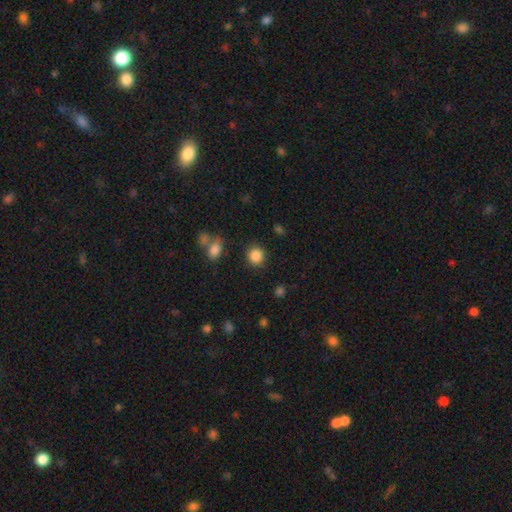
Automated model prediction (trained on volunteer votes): Smooth or featured: smooth — 87% (star or artifact — 10%)
How rounded: round — 86% (in between — 13%)
Merging: none — 85% (minor disturbance — 9%)